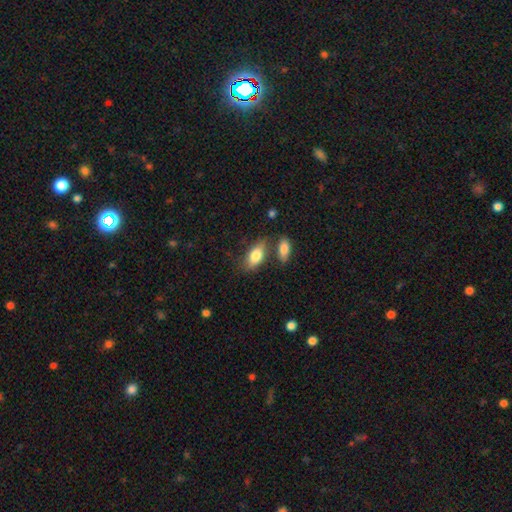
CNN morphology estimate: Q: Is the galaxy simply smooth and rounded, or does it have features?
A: smooth — 81%.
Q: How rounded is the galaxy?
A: in between — 88%.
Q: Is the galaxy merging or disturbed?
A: none — 65%.